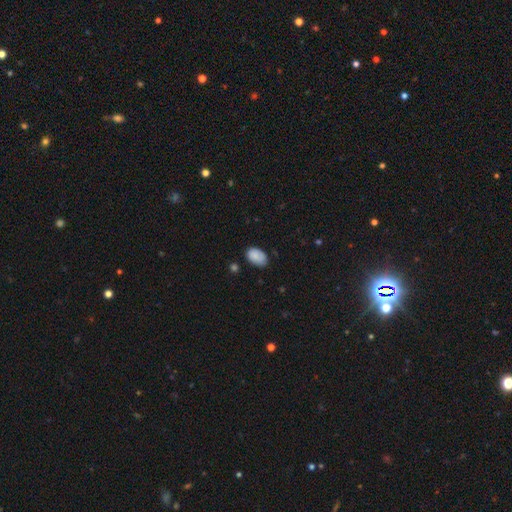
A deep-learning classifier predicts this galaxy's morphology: smooth_or_featured: smooth (p=0.86) [alt: star or artifact p=0.07]
how_rounded: in between (p=0.89) [alt: round p=0.09]
merging: none (p=0.67) [alt: minor disturbance p=0.27]